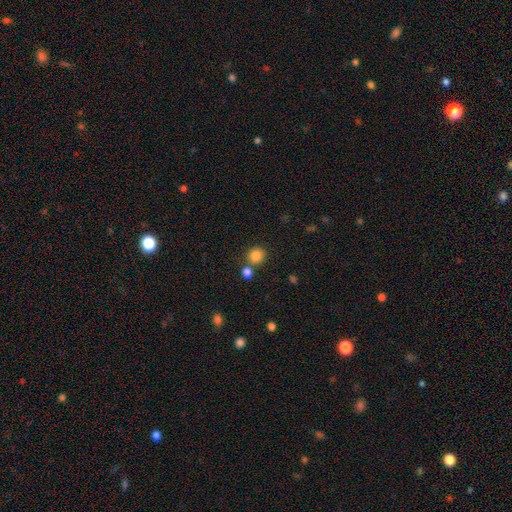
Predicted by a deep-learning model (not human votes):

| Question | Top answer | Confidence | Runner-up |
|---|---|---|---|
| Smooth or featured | smooth | 84% | star or artifact (11%) |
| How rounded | round | 86% | in between (13%) |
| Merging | none | 73% | merger (17%) |